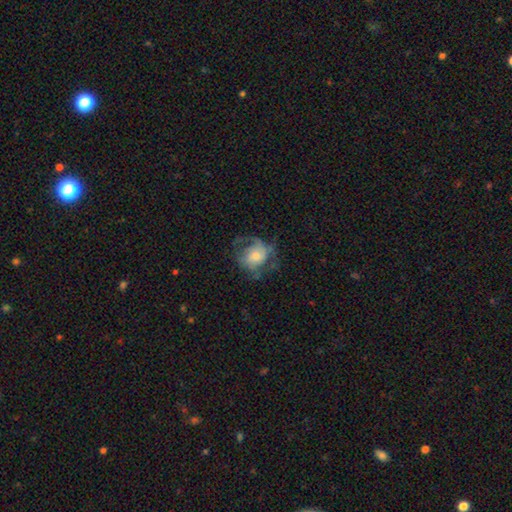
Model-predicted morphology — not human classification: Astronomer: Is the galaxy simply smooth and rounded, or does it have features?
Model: featured or disk — 59%.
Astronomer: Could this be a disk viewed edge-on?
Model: no — 97%.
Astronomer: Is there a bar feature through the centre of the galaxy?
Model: no — 70%.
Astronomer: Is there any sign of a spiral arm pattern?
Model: yes — 77%.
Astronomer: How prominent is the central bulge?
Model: moderate — 47% (runner-up: small, 32%).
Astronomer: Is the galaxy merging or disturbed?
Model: none — 52%.